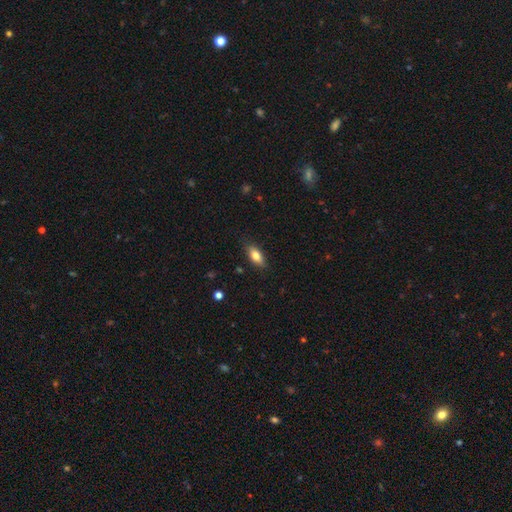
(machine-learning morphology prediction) Smooth or featured: smooth — 78% (featured or disk — 14%)
How rounded: in between — 83% (cigar-shaped — 13%)
Merging: none — 84% (minor disturbance — 13%)